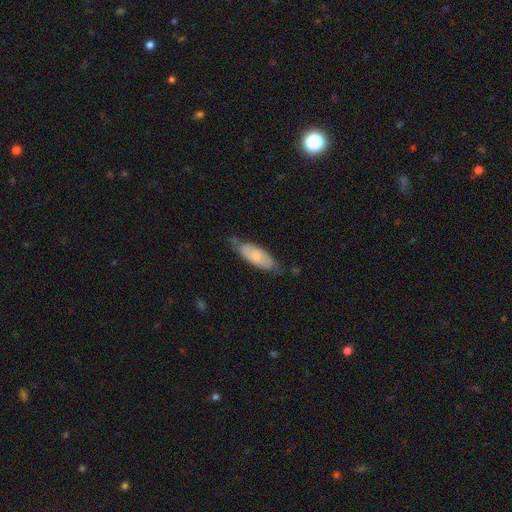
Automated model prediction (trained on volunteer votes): smooth 56%, featured or disk 38%, star or artifact 6%. Down the decision tree: how rounded — in between (69%); merging — none (60%).